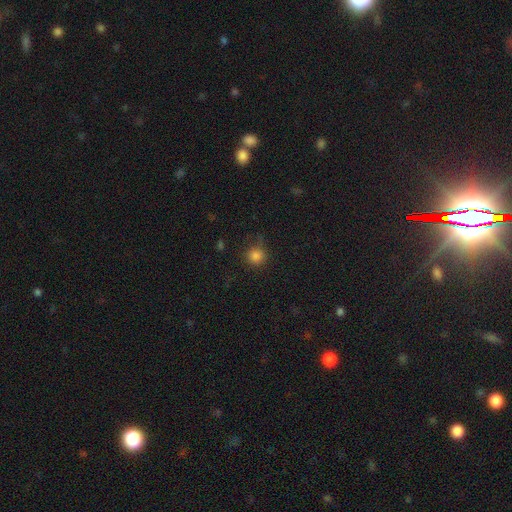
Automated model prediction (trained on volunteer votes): smooth-or-featured: smooth: 82% | star or artifact: 13% | featured or disk: 5%
  how-rounded: round: 92% | in between: 7% | cigar-shaped: 1%
  merging: none: 77% | minor disturbance: 16% | major disturbance: 5% | merger: 2%